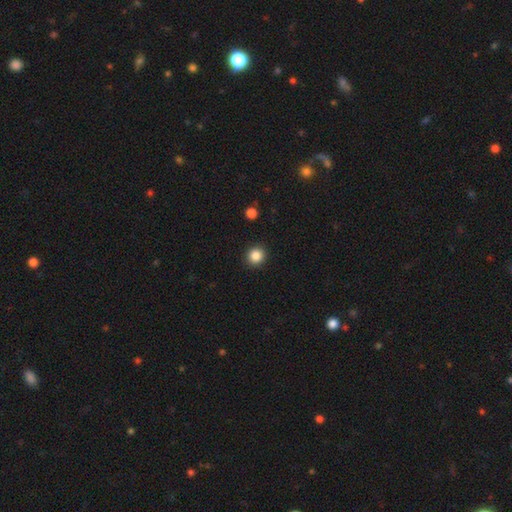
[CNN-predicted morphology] This is clearly a smooth galaxy (86%). How rounded: clearly round (90%). Merging: clearly none (91%).